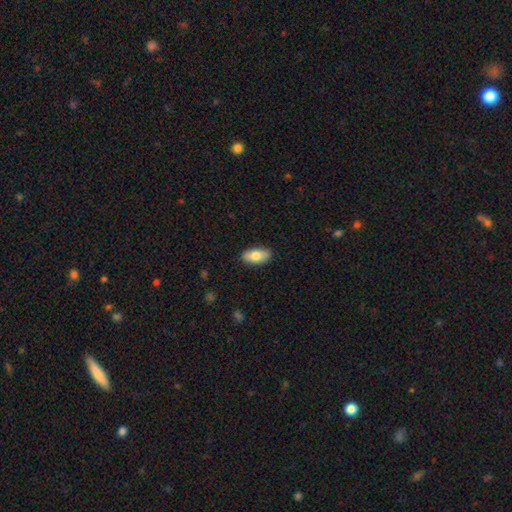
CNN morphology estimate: A smooth galaxy with no disk features (76%) that is in between round and cigar-shaped (89%).

Vote fractions:
- Smooth or featured? smooth: 76% / featured or disk: 18% / star or artifact: 6%
- How rounded? in between: 89% / cigar-shaped: 8% / round: 3%
- Merging? none: 88% / minor disturbance: 9% / major disturbance: 2% / merger: 1%